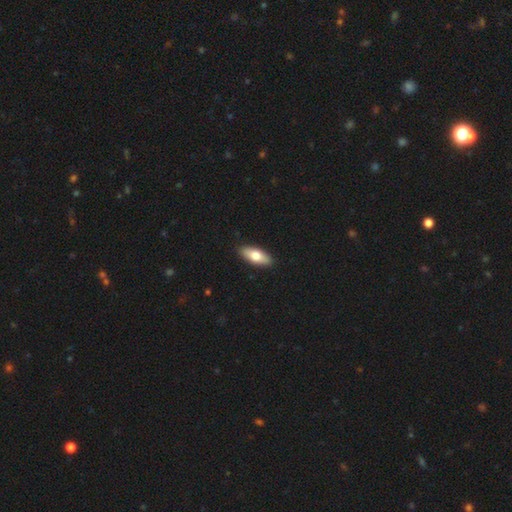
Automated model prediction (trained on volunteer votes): Morphology: type=smooth (72%); roundness=in between (76%); merging=none (90%).